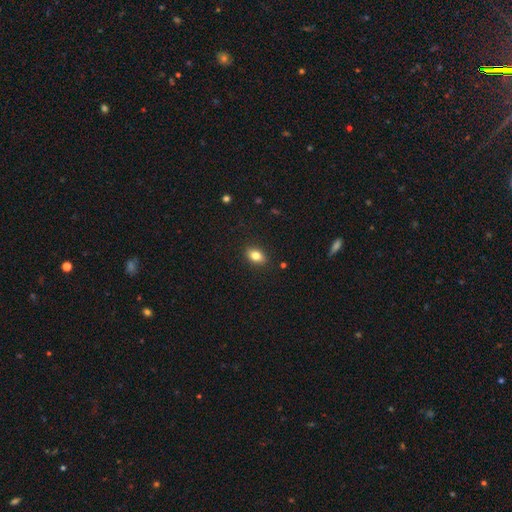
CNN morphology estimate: The model was most divided on "how rounded": in between: 82%, round: 16%, cigar-shaped: 2%. More confident: merging — none (88%); smooth or featured — smooth (81%).